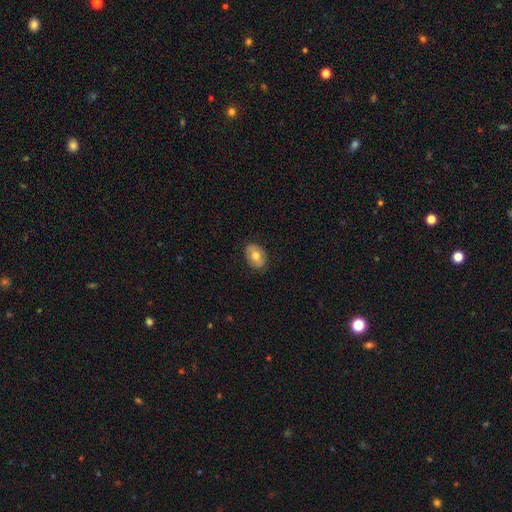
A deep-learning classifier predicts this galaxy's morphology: smooth-or-featured: smooth: 68% | featured or disk: 25% | star or artifact: 7%
  how-rounded: in between: 74% | round: 25% | cigar-shaped: 1%
  merging: none: 84% | minor disturbance: 12% | major disturbance: 3% | merger: 1%